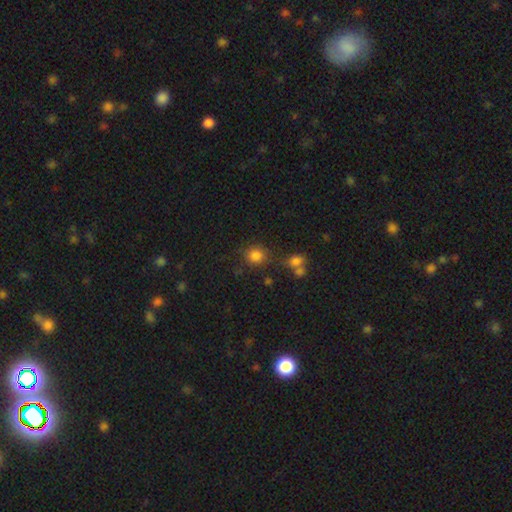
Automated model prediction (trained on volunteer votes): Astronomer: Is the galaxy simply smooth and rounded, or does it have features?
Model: smooth — 82%.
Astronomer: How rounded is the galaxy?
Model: round — 86%.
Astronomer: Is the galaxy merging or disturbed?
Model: none — 73%.